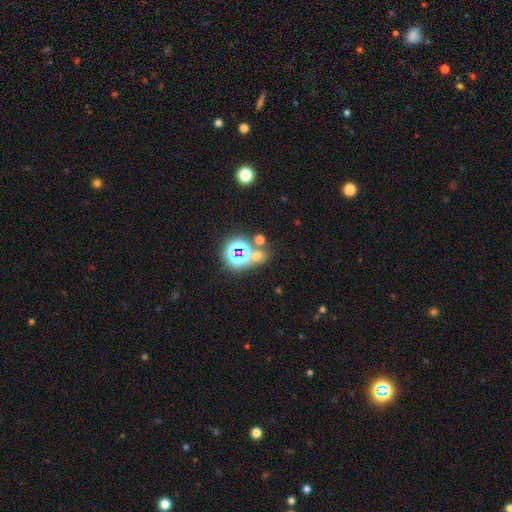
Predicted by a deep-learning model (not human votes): The model was most divided on "smooth or featured": smooth: 47%, star or artifact: 44%, featured or disk: 9%. More confident: merging — none (59%).